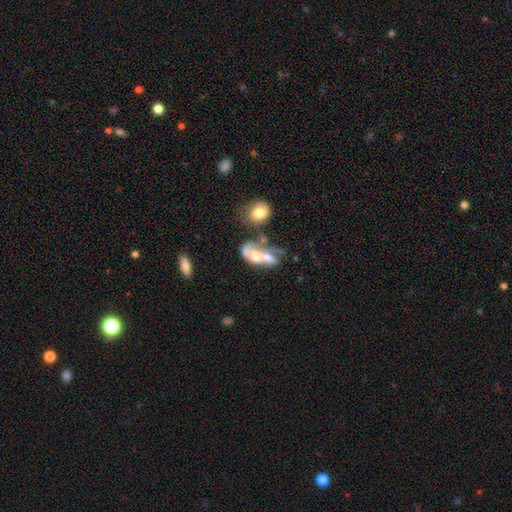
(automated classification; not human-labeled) The model was most divided on "smooth or featured": featured or disk: 48%, smooth: 41%, star or artifact: 11%. More confident: merging — merger (60%).